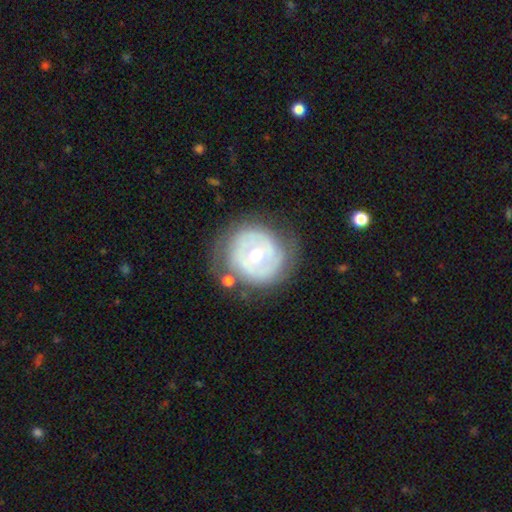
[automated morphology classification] This appears to be a featured or disk galaxy (72%) with no bar (67%), spiral arms (64%) and a moderate central bulge (66%). Merging: none (65%).